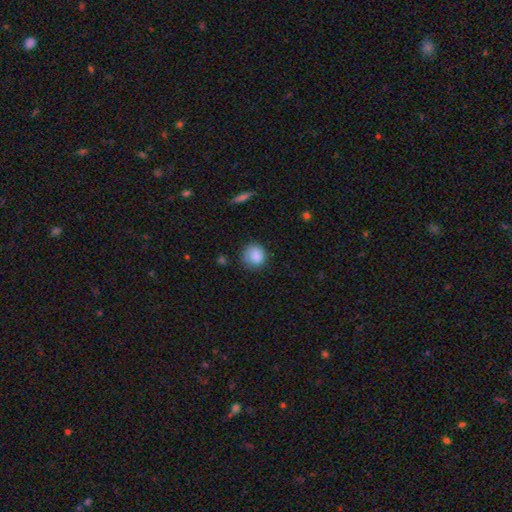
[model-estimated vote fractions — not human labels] Q: Smooth or featured?
A: smooth (86%); runner-up: star or artifact (8%)
Q: How rounded?
A: round (83%); runner-up: in between (16%)
Q: Merging?
A: none (74%); runner-up: minor disturbance (19%)